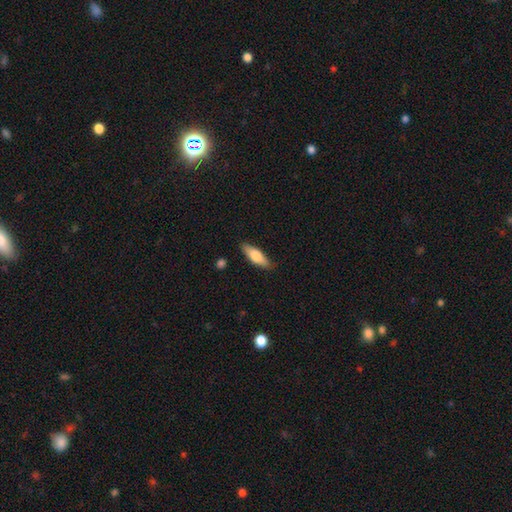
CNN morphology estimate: type=smooth (71%); roundness=in between (60%); merging=none (85%).